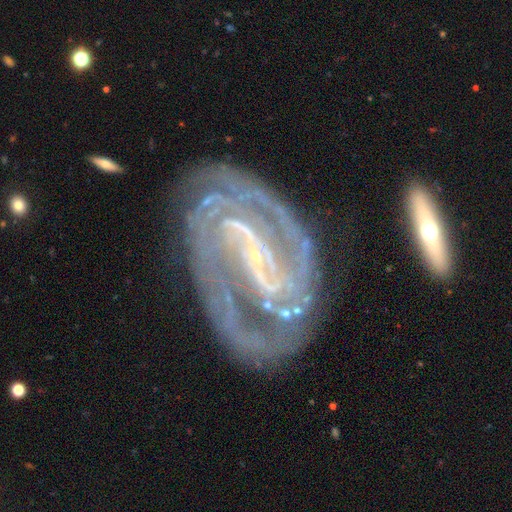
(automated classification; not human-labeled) This appears to be a featured or disk galaxy (90%) with a strong bar (54%), 2 (50%) tight (53%) spiral arms (96%) and a small central bulge (83%). Merging: none (67%).